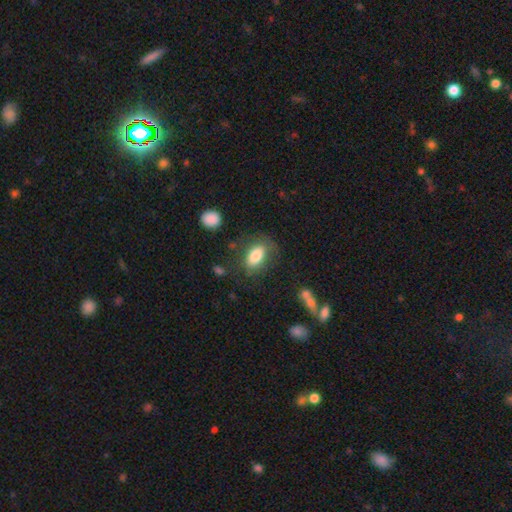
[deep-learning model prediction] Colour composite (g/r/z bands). It shows a smooth galaxy with no disk features (80%) that is in between round and cigar-shaped (89%). Merging: none (69%).